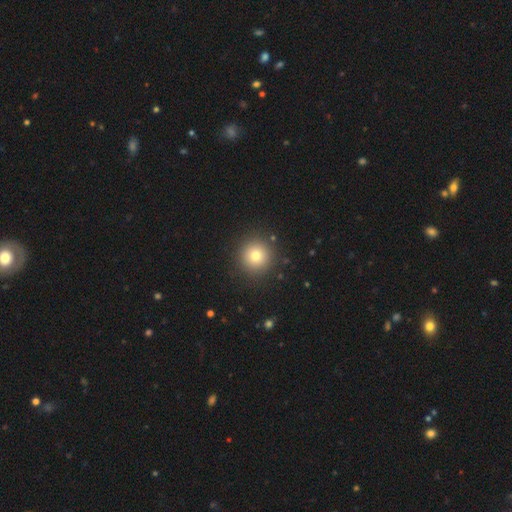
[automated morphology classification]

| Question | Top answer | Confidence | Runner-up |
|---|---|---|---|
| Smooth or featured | smooth | 76% | star or artifact (13%) |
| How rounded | round | 95% | in between (4%) |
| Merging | none | 90% | minor disturbance (6%) |